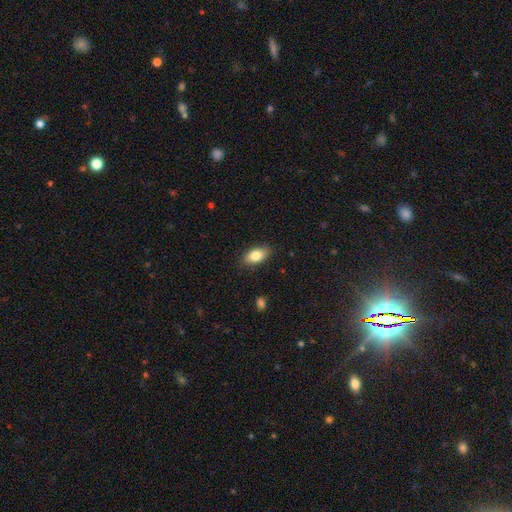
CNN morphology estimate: The model was most divided on "smooth or featured": smooth: 83%, featured or disk: 9%, star or artifact: 7%. More confident: how rounded — in between (90%); merging — none (86%).